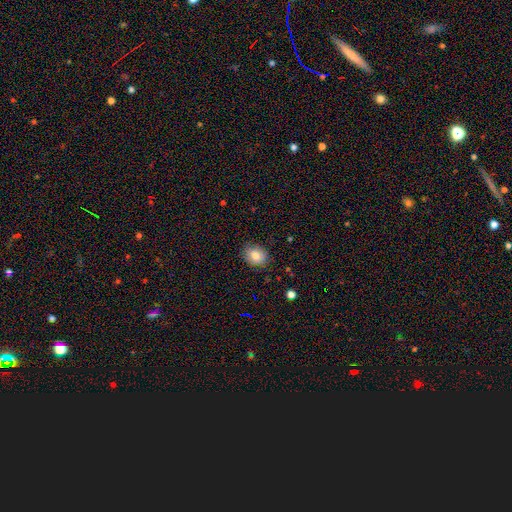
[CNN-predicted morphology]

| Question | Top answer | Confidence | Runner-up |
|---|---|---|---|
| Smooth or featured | smooth | 80% | featured or disk (10%) |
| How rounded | in between | 52% | round (47%) |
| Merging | none | 83% | minor disturbance (13%) |